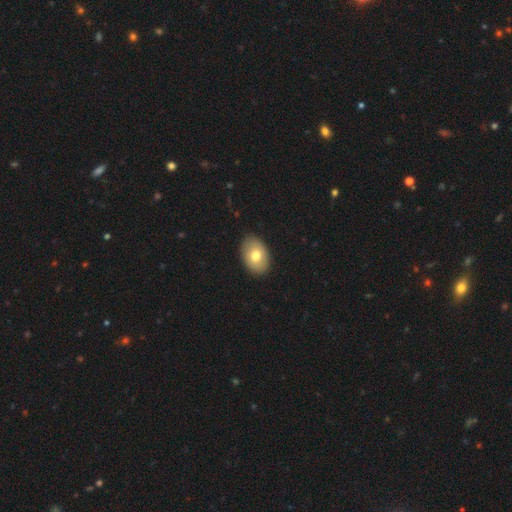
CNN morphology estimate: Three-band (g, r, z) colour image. It shows a smooth galaxy with no disk features (74%) that is in between round and cigar-shaped (84%). Merging: none (88%).